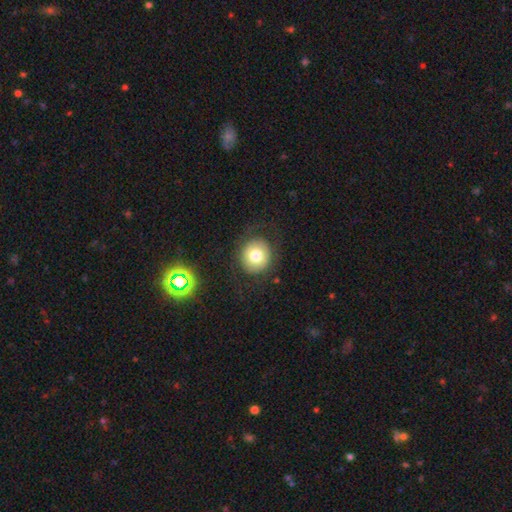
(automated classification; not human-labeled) smooth 72%, featured or disk 17%, star or artifact 11%. Down the decision tree: how rounded — round (85%); merging — none (80%).